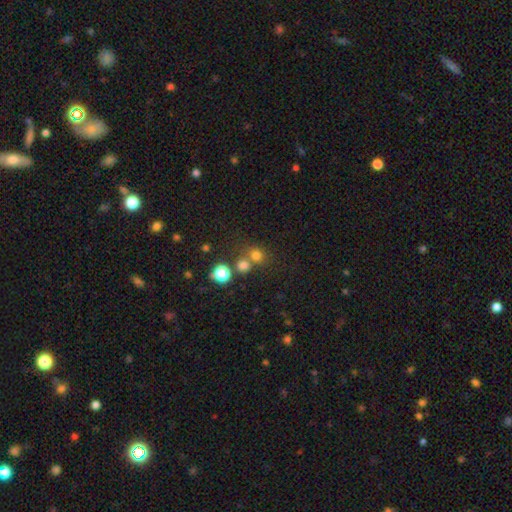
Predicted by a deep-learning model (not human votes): This is likely a smooth galaxy (71%). How rounded: clearly round (86%). Merging: possibly none (58%).